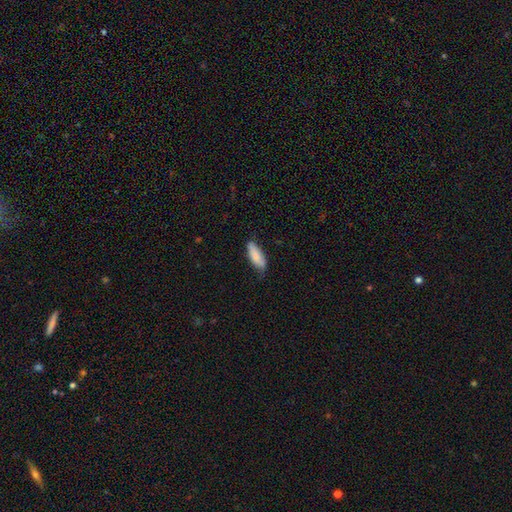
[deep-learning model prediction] Q: Smooth or featured?
A: smooth (84%); runner-up: featured or disk (10%)
Q: How rounded?
A: in between (63%); runner-up: cigar-shaped (36%)
Q: Merging?
A: none (69%); runner-up: minor disturbance (26%)